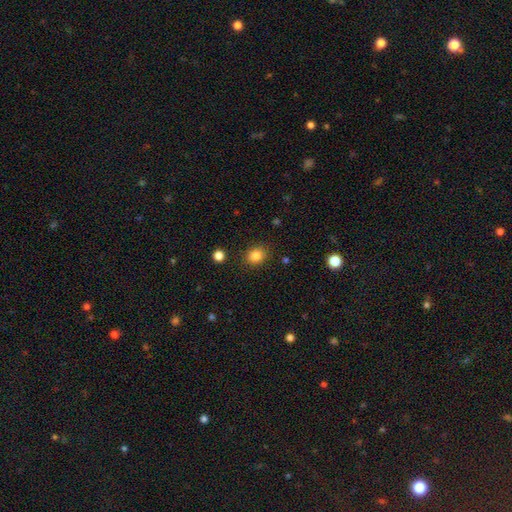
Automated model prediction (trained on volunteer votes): The model was most divided on "how rounded": round: 66%, in between: 33%, cigar-shaped: 1%. More confident: merging — none (86%); smooth or featured — smooth (84%).